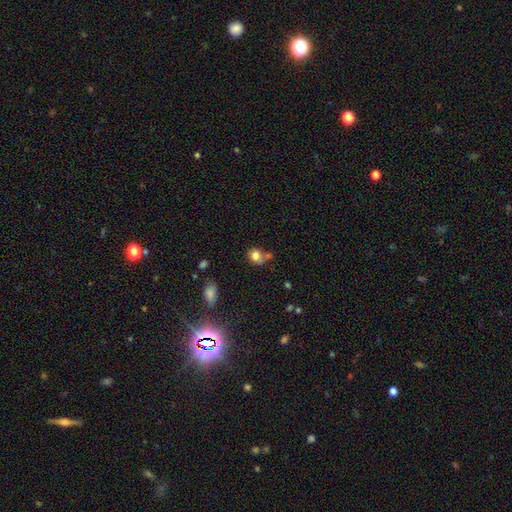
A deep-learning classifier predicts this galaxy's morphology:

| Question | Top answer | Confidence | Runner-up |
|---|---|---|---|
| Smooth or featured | smooth | 79% | star or artifact (11%) |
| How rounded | round | 60% | in between (39%) |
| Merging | none | 46% | merger (25%) |